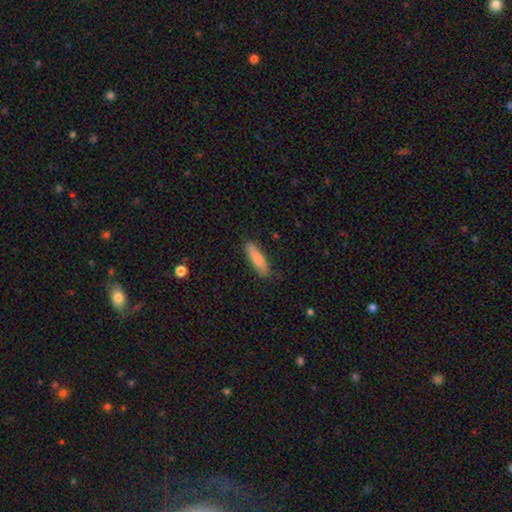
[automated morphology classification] A smooth galaxy with no disk features (84%) that is cigar-shaped (71%). Merging: none (83%).